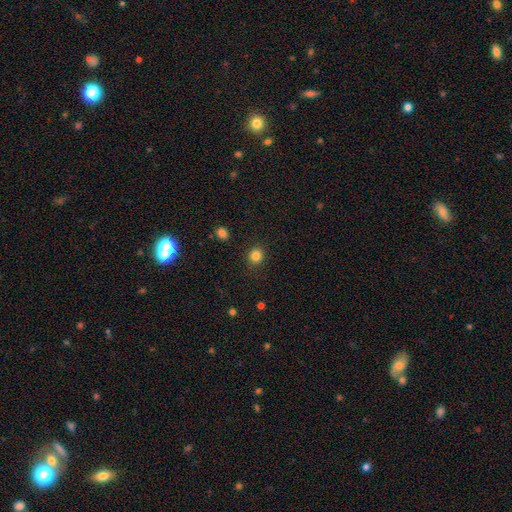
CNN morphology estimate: type=smooth (84%); roundness=round (86%); merging=none (90%).